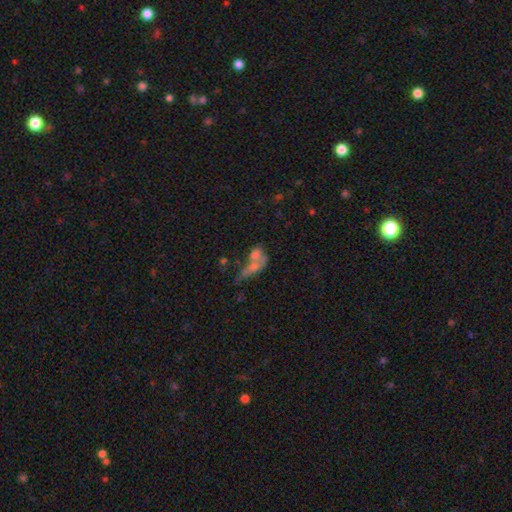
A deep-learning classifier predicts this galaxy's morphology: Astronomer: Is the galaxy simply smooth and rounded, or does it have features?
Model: smooth — 56%.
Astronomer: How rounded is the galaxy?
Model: in between — 66%.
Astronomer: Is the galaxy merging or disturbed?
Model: merger — 60%.